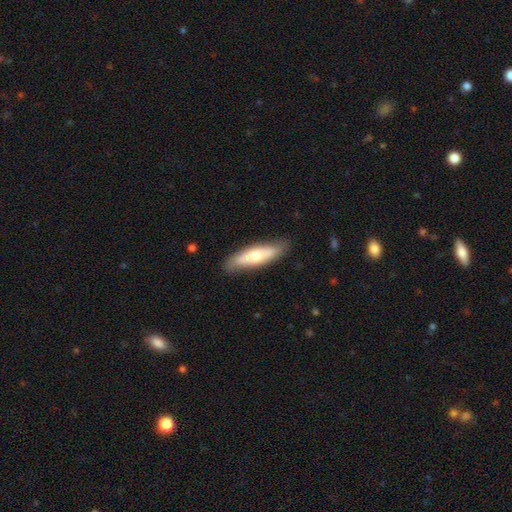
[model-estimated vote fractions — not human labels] Smooth or featured? smooth (59%)
How rounded? cigar-shaped (60%)
Merging? none (80%)